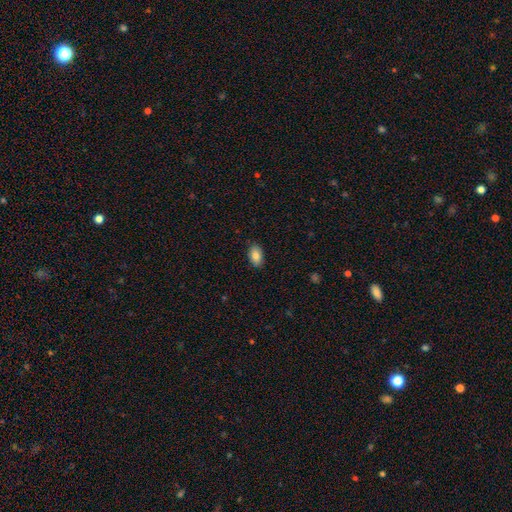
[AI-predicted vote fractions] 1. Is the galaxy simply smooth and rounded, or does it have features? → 85% smooth, 8% featured or disk, 7% star or artifact.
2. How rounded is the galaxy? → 93% in between, 5% round, 2% cigar-shaped.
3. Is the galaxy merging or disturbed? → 87% none, 10% minor disturbance, 2% major disturbance, 1% merger.